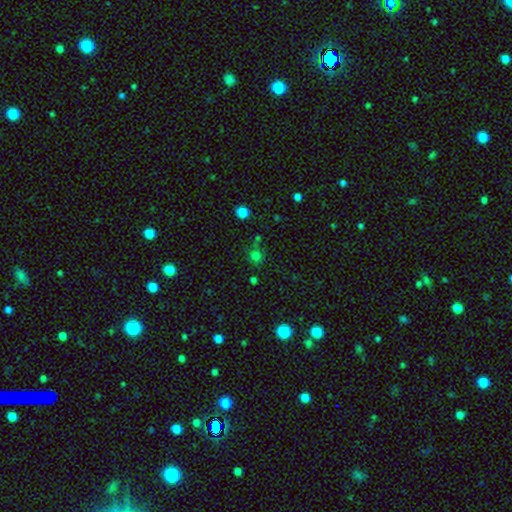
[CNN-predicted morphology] Smooth or featured: smooth — 72% (star or artifact — 22%)
How rounded: round — 87% (in between — 12%)
Merging: none — 69% (minor disturbance — 13%)